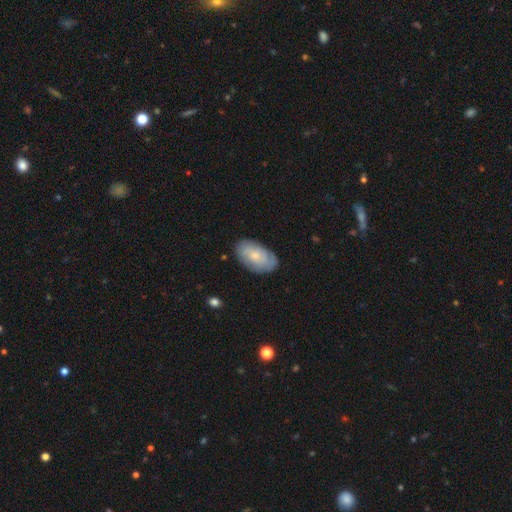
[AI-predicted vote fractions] Morphology: type=smooth (59%); roundness=in between (94%); merging=none (80%).